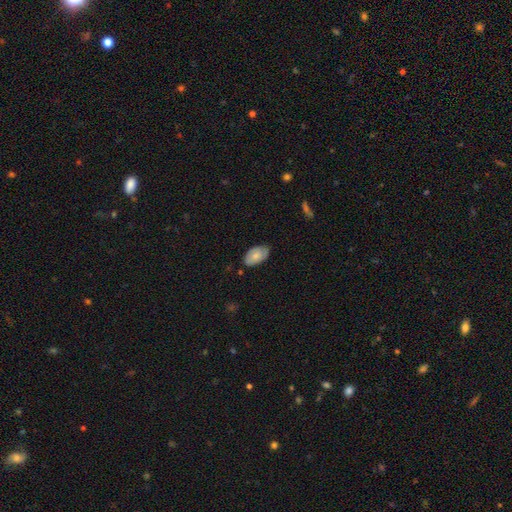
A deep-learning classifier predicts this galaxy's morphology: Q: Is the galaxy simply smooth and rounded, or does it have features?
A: smooth — 70%.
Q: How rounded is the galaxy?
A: in between — 94%.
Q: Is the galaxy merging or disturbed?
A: none — 73%.